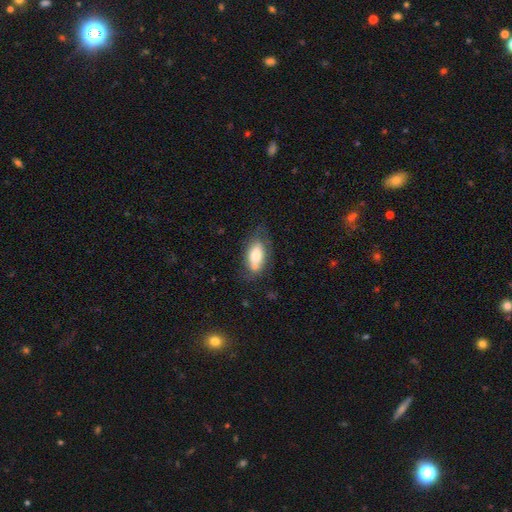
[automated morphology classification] Smooth or featured? smooth (69%)
How rounded? in between (89%)
Merging? none (56%)